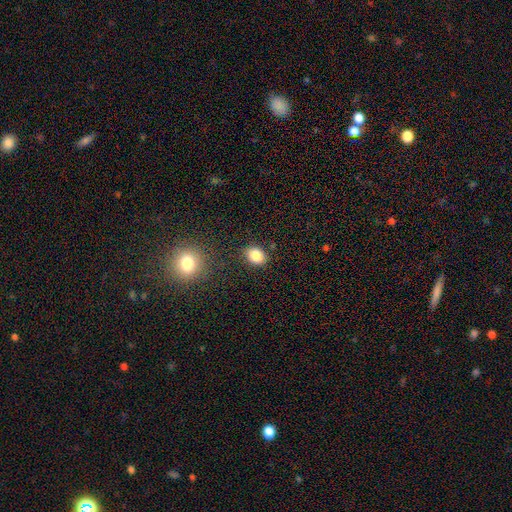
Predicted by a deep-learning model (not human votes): This appears to be a smooth galaxy with no disk features (84%) that is in between round and cigar-shaped (62%). Merging: none (83%).